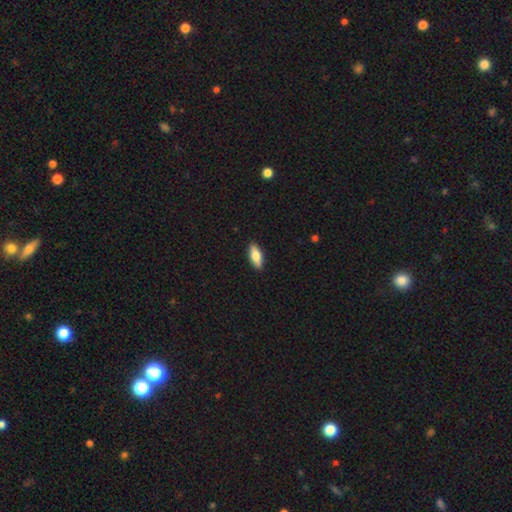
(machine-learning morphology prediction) Smooth or featured?
  - smooth: 74% *
  - featured or disk: 20%
  - star or artifact: 6%
How rounded?
  - in between: 74% *
  - cigar-shaped: 24%
  - round: 3%
Merging?
  - none: 90% *
  - minor disturbance: 8%
  - major disturbance: 2%
  - merger: 1%